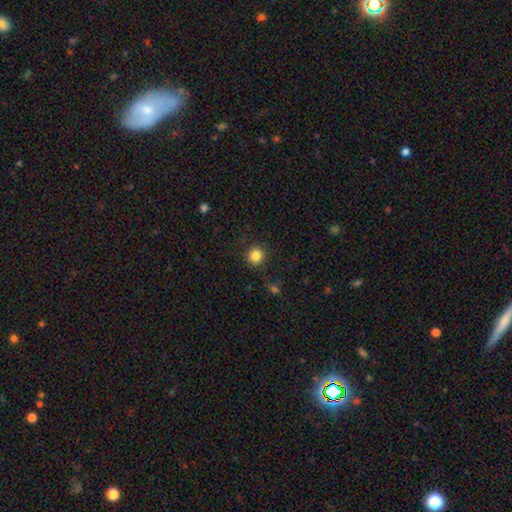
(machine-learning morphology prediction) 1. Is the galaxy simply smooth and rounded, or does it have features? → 84% smooth, 11% star or artifact, 5% featured or disk.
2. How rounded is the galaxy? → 91% round, 8% in between, 1% cigar-shaped.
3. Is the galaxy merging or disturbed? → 89% none, 7% minor disturbance, 3% major disturbance, 1% merger.